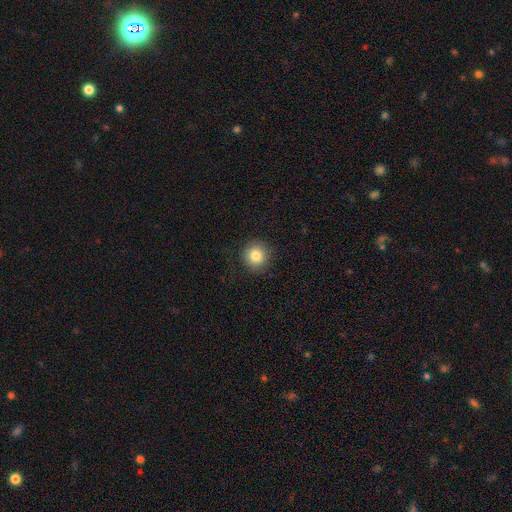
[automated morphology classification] Smooth or featured? Predicted: smooth (p=0.83). How rounded? Predicted: round (p=0.94). Merging? Predicted: none (p=0.91).